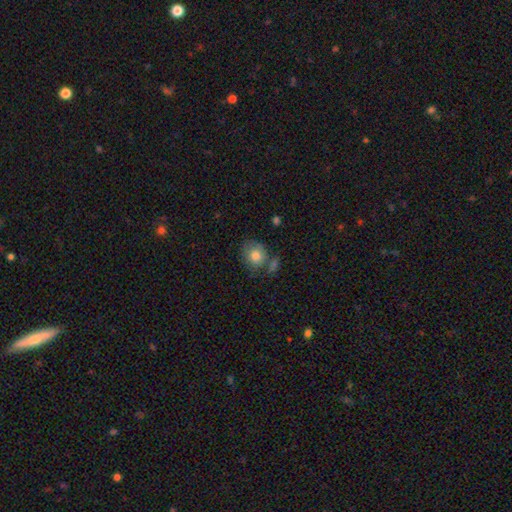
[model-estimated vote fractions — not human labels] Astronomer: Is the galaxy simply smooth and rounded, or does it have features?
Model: smooth — 80%.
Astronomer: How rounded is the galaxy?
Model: round — 68%.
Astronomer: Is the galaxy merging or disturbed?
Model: none — 54%.